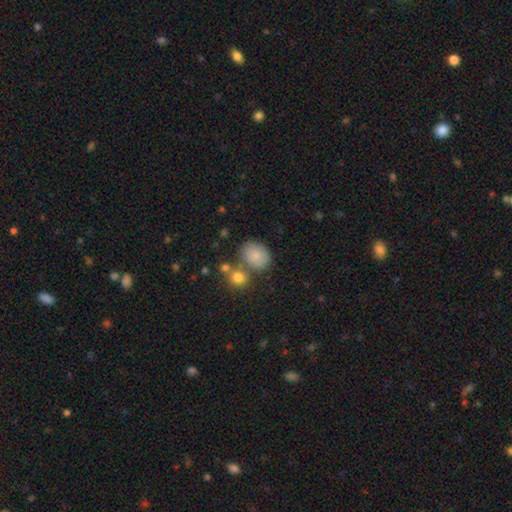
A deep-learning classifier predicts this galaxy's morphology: Smooth or featured: smooth — 82% (star or artifact — 9%)
How rounded: in between — 53% (round — 46%)
Merging: none — 62% (minor disturbance — 16%)